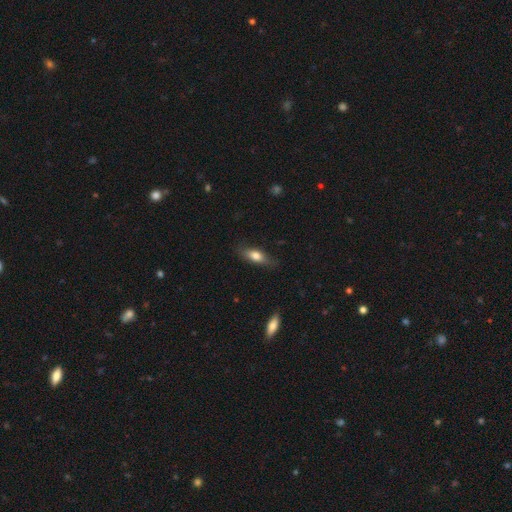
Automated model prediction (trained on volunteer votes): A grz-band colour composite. It shows a smooth galaxy with no disk features (71%) that is in between round and cigar-shaped (65%). Merging: none (78%).